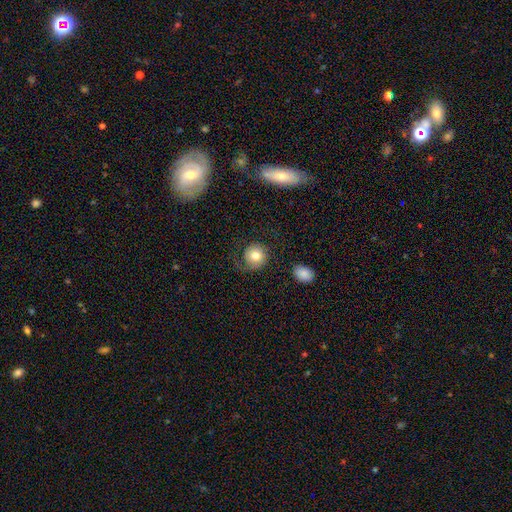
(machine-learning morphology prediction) Smooth or featured?
  - smooth: 67% *
  - featured or disk: 25%
  - star or artifact: 8%
How rounded?
  - round: 87% *
  - in between: 12%
  - cigar-shaped: 1%
Merging?
  - none: 55% *
  - major disturbance: 23%
  - minor disturbance: 19%
  - merger: 3%